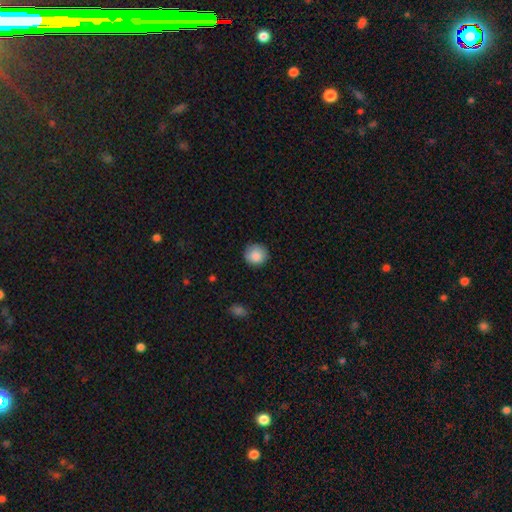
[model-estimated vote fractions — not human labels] Smooth or featured?
  - smooth: 88% *
  - star or artifact: 8%
  - featured or disk: 5%
How rounded?
  - round: 92% *
  - in between: 7%
  - cigar-shaped: 1%
Merging?
  - none: 87% *
  - minor disturbance: 10%
  - major disturbance: 2%
  - merger: 1%